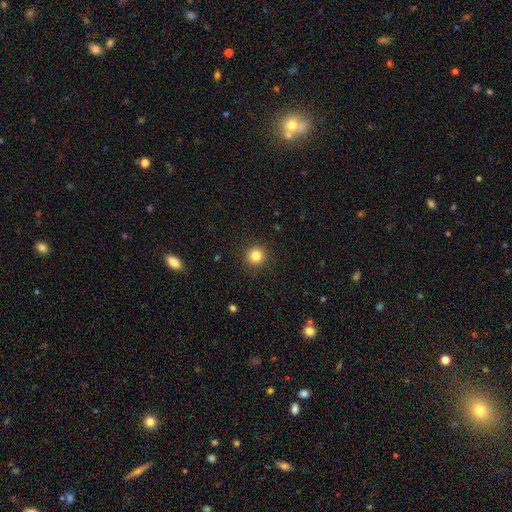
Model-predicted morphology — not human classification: smooth_or_featured: smooth (p=0.83) [alt: star or artifact p=0.12]
how_rounded: round (p=0.95) [alt: in between p=0.04]
merging: none (p=0.92) [alt: minor disturbance p=0.05]